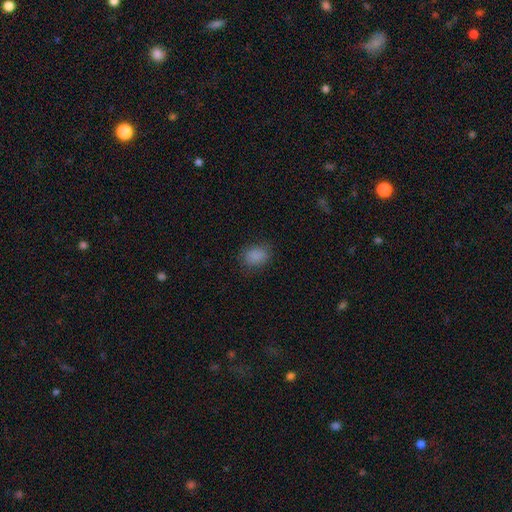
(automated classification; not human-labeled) Q: Smooth or featured?
A: smooth (86%); runner-up: star or artifact (10%)
Q: How rounded?
A: in between (65%); runner-up: round (34%)
Q: Merging?
A: none (80%); runner-up: minor disturbance (14%)